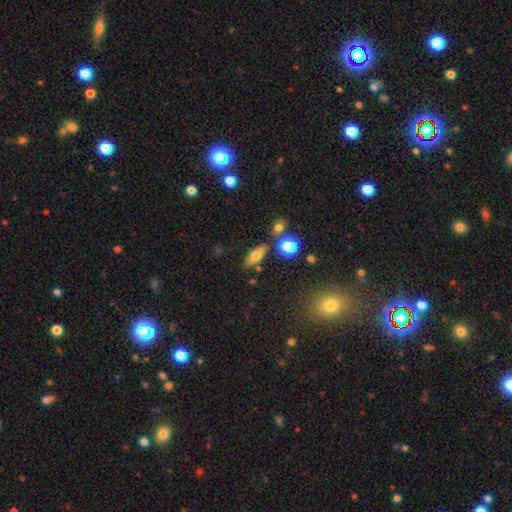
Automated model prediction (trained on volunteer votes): Smooth or featured?
  - smooth: 72% *
  - featured or disk: 15%
  - star or artifact: 12%
How rounded?
  - in between: 78% *
  - cigar-shaped: 15%
  - round: 7%
Merging?
  - none: 76% *
  - minor disturbance: 13%
  - merger: 7%
  - major disturbance: 4%